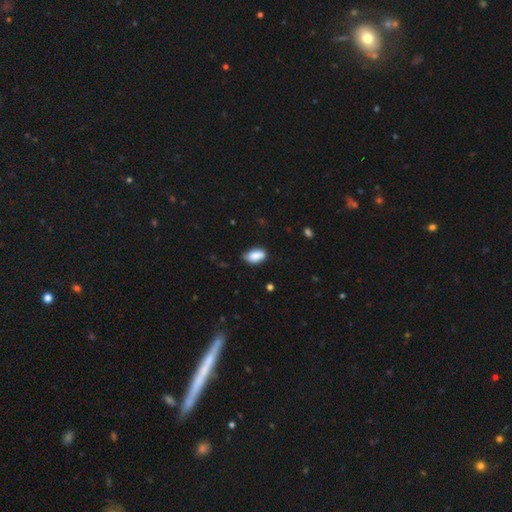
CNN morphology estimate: This appears to be a smooth galaxy with no disk features (86%) that is in between round and cigar-shaped (92%). Merging: none (71%).